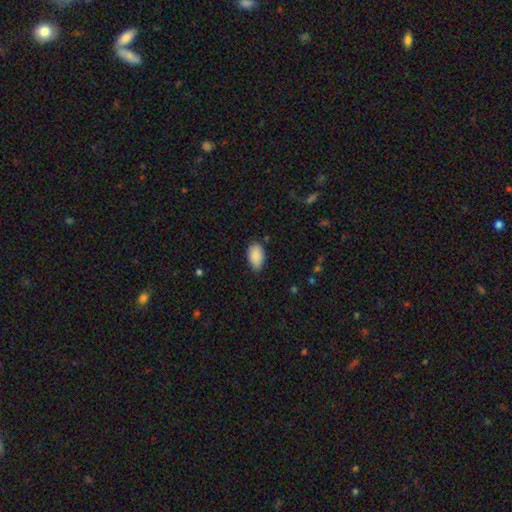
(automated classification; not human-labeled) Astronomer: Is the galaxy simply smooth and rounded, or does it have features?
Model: smooth — 89%.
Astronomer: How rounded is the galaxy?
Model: in between — 94%.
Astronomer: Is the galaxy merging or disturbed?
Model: none — 78%.